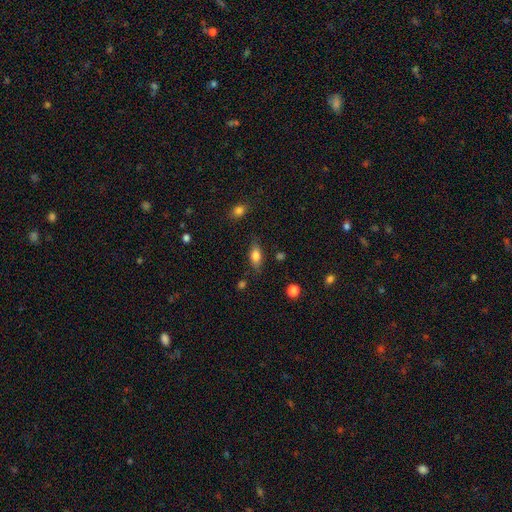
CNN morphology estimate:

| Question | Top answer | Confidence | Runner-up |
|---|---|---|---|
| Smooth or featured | smooth | 76% | featured or disk (16%) |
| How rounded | in between | 82% | cigar-shaped (12%) |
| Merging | none | 78% | minor disturbance (15%) |